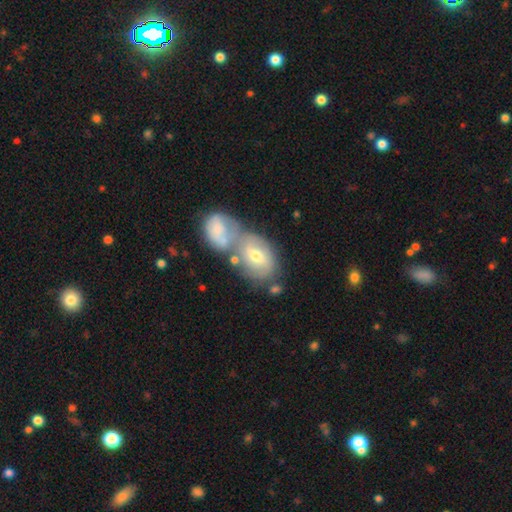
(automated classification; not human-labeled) This is possibly a featured or disk galaxy (48%). Merging: likely merger (60%).